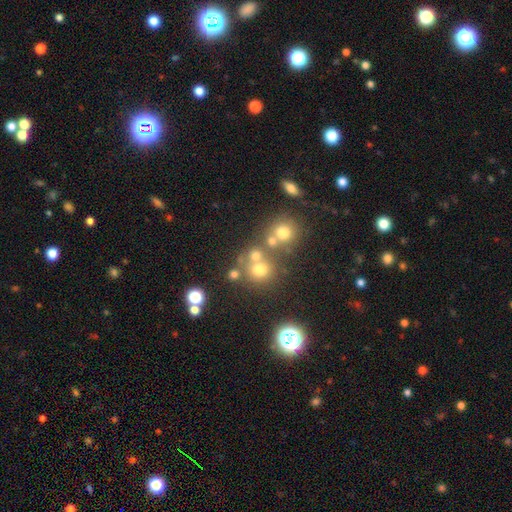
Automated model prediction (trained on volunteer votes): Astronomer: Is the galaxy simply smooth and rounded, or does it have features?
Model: smooth — 65%.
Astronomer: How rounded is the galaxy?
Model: round — 84%.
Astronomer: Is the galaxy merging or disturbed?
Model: none — 57%.